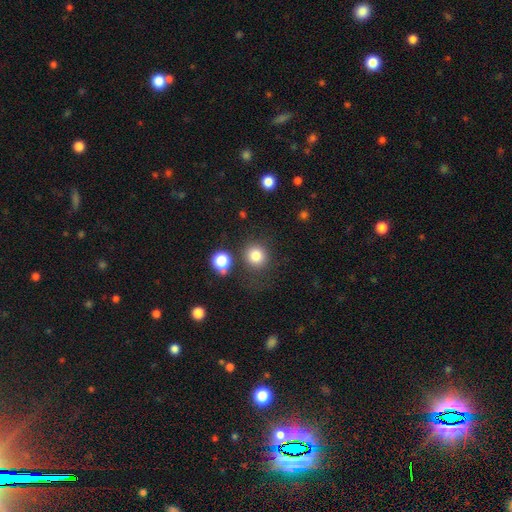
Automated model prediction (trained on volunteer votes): smooth_or_featured: smooth (p=0.82) [alt: star or artifact p=0.12]
how_rounded: round (p=0.90) [alt: in between p=0.09]
merging: none (p=0.78) [alt: minor disturbance p=0.11]